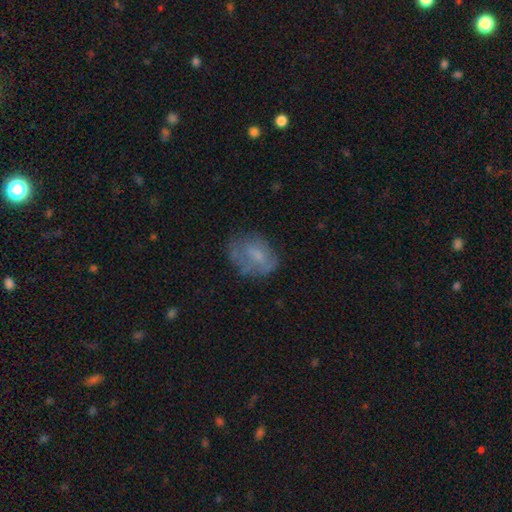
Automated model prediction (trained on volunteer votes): smooth-or-featured: smooth: 54% | featured or disk: 36% | star or artifact: 10%
  how-rounded: in between: 65% | round: 33% | cigar-shaped: 2%
  merging: none: 53% | minor disturbance: 27% | major disturbance: 18% | merger: 3%